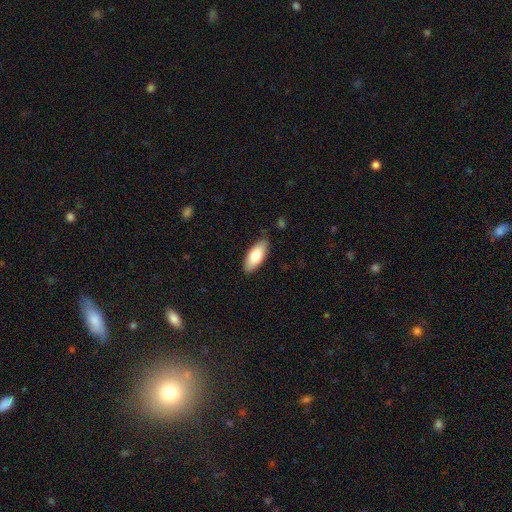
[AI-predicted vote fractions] Smooth or featured: smooth — 77% (featured or disk — 17%)
How rounded: in between — 84% (cigar-shaped — 14%)
Merging: none — 85% (minor disturbance — 12%)